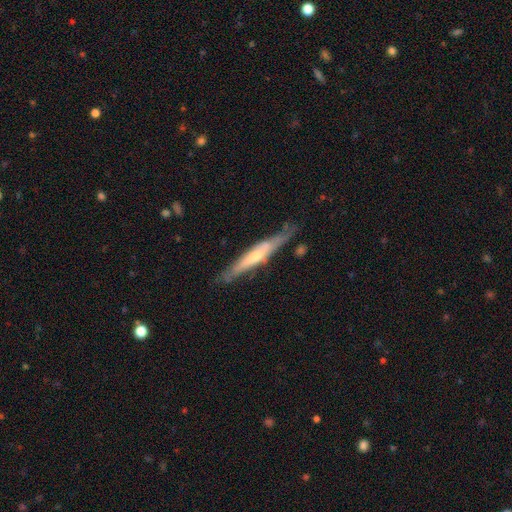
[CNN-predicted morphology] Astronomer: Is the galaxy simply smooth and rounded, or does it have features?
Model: featured or disk — 60%.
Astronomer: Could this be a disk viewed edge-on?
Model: yes — 85%.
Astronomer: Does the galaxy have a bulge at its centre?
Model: rounded — 47% (runner-up: none, 37%).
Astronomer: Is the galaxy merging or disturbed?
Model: none — 68%.